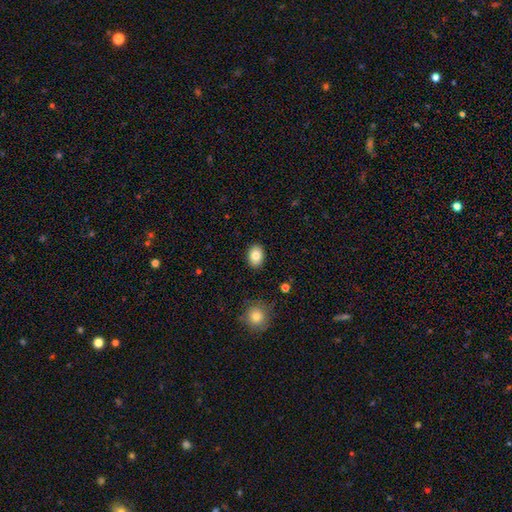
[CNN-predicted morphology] Smooth or featured? Predicted: smooth (p=0.84). How rounded? Predicted: in between (p=0.72). Merging? Predicted: none (p=0.89).